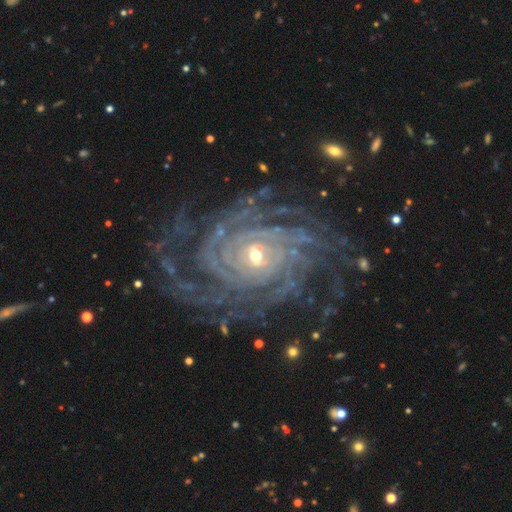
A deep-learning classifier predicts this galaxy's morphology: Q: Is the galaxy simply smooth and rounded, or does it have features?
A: featured or disk — 92%.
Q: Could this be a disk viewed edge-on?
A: no — 97%.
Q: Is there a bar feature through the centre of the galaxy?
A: no — 52%.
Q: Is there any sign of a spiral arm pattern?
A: yes — 98%.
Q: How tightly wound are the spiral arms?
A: tight — 79%.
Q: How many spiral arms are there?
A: more than 4 — 34%.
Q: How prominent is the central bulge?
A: small — 59%.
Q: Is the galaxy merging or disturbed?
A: none — 71%.